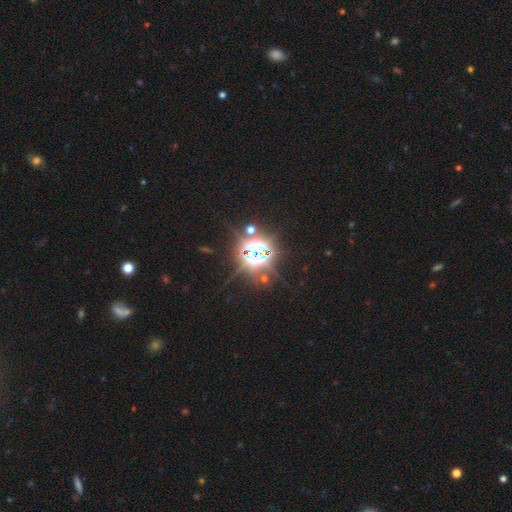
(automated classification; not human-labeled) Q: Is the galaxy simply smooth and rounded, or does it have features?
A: star or artifact — 77%.